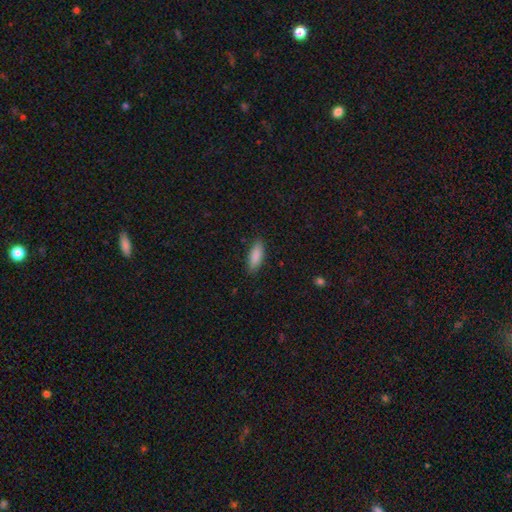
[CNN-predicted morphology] smooth-or-featured: smooth: 87% | featured or disk: 7% | star or artifact: 6%
  how-rounded: in between: 64% | cigar-shaped: 34% | round: 2%
  merging: none: 85% | minor disturbance: 12% | major disturbance: 2% | merger: 1%